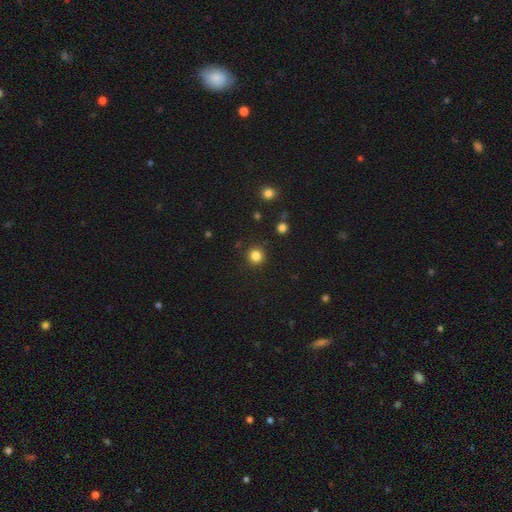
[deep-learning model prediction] A smooth galaxy with no disk features (83%) that is round (94%). Merging: none (91%).